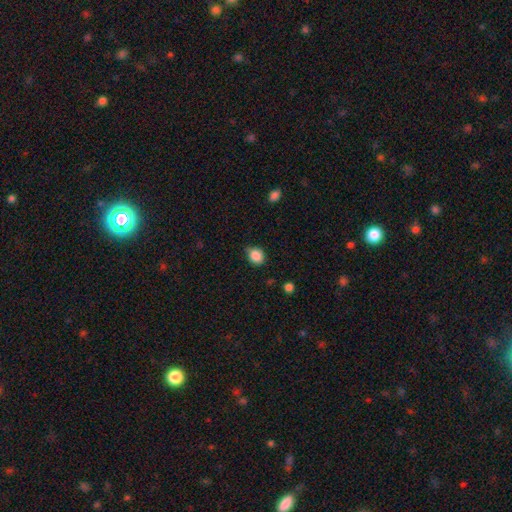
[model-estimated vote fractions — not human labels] A smooth galaxy with no disk features (86%) that is round (61%).

Vote fractions:
- Smooth or featured? smooth: 86% / star or artifact: 9% / featured or disk: 4%
- How rounded? round: 61% / in between: 38% / cigar-shaped: 1%
- Merging? none: 69% / minor disturbance: 25% / major disturbance: 4% / merger: 2%